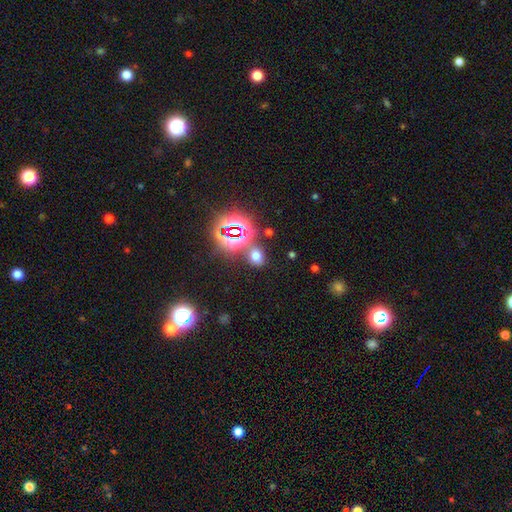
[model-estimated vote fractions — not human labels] Smooth or featured: smooth — 59% (star or artifact — 33%)
How rounded: in between — 54% (round — 44%)
Merging: none — 76% (merger — 10%)